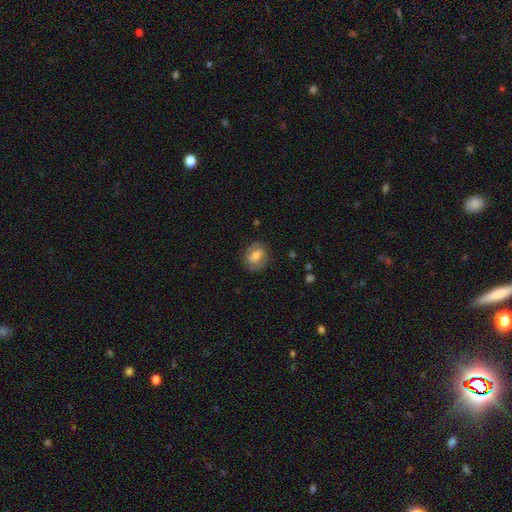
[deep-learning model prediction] A smooth galaxy with no disk features (67%) that is round (54%). Merging: none (77%).